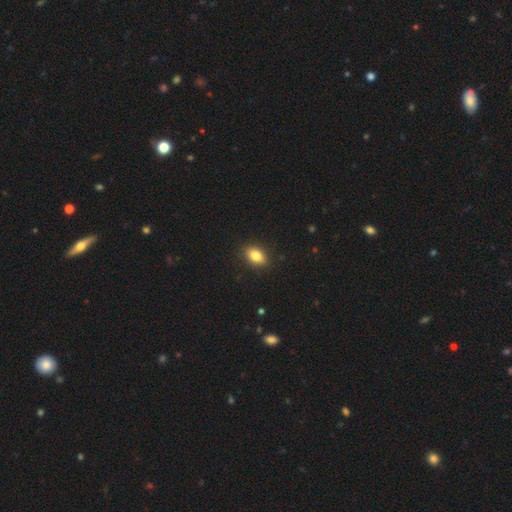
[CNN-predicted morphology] smooth-or-featured: smooth: 83% | star or artifact: 9% | featured or disk: 9%
  how-rounded: in between: 84% | round: 13% | cigar-shaped: 3%
  merging: none: 89% | minor disturbance: 8% | major disturbance: 2% | merger: 1%